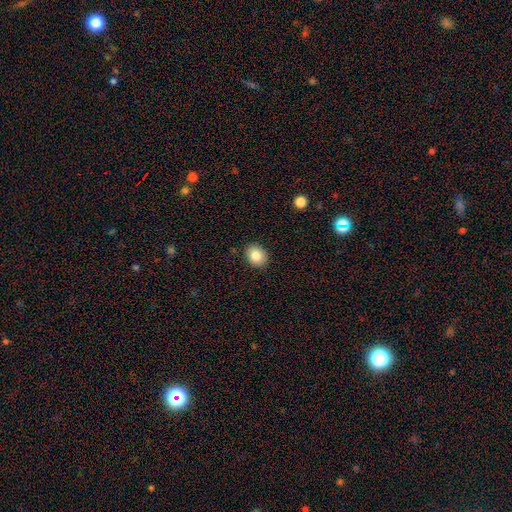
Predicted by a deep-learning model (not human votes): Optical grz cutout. It shows a smooth galaxy with no disk features (83%) that is round (56%). Merging: none (89%).